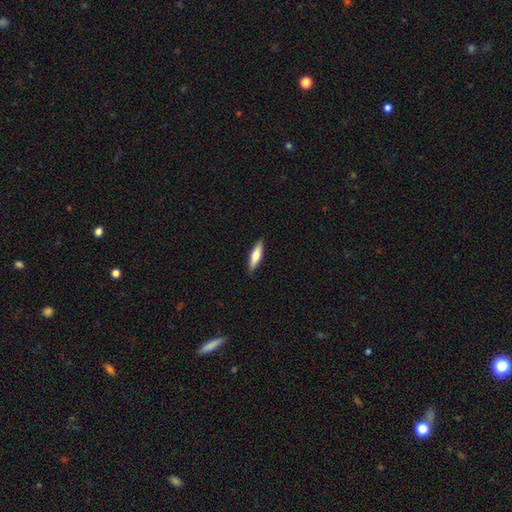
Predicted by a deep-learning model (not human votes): smooth 66%, featured or disk 29%, star or artifact 5%. Down the decision tree: how rounded — cigar-shaped (69%); merging — none (89%).